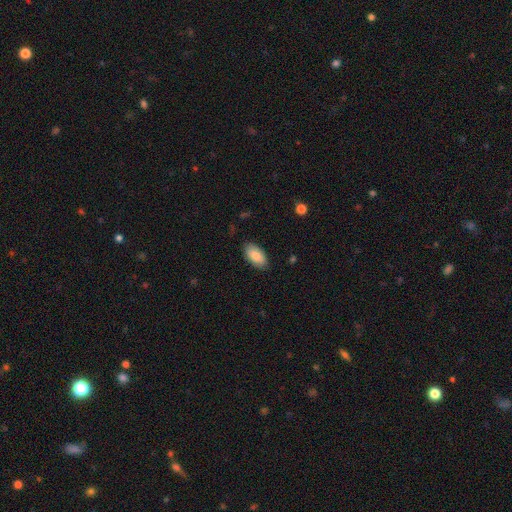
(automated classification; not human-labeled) This is clearly a smooth galaxy (86%). How rounded: clearly in between (95%). Merging: clearly none (86%).